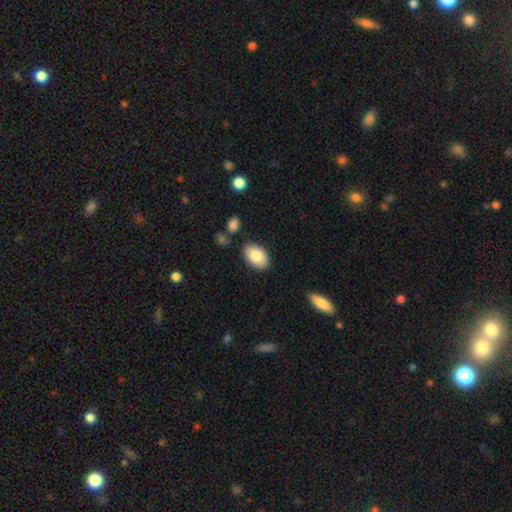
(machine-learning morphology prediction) Smooth or featured? smooth (84%)
How rounded? in between (92%)
Merging? none (82%)